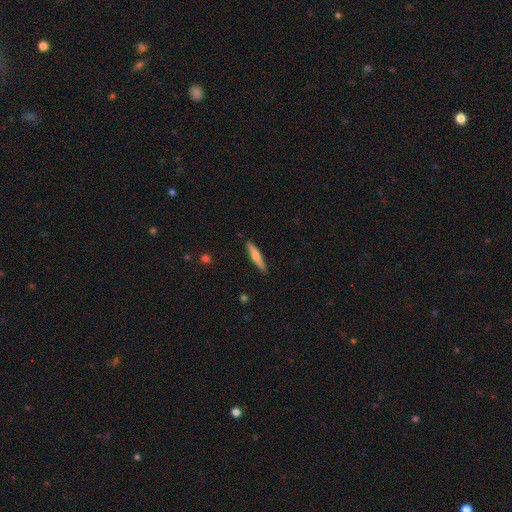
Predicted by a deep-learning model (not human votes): A smooth galaxy with no disk features (68%) that is cigar-shaped (90%). Merging: none (86%).